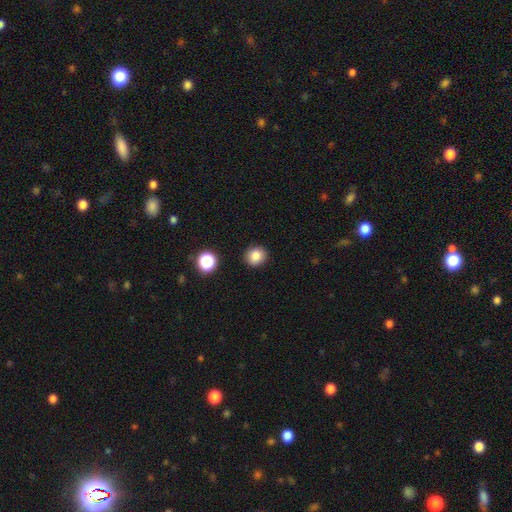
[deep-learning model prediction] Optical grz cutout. It shows a smooth galaxy with no disk features (83%) that is round (81%). Merging: none (89%).